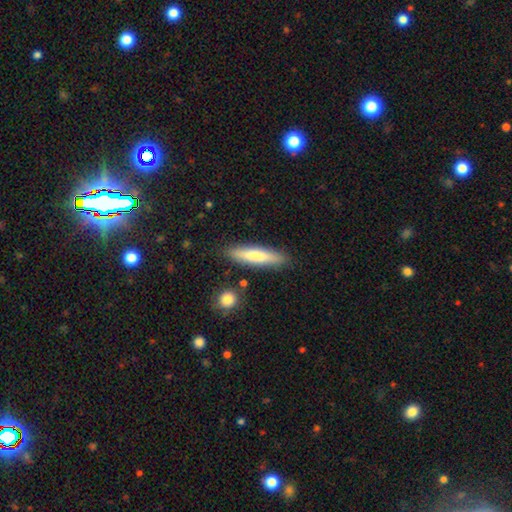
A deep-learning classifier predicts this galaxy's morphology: Smooth or featured?
  - smooth: 73% *
  - featured or disk: 22%
  - star or artifact: 6%
How rounded?
  - cigar-shaped: 83% *
  - in between: 16%
  - round: 1%
Merging?
  - none: 85% *
  - minor disturbance: 10%
  - merger: 3%
  - major disturbance: 2%